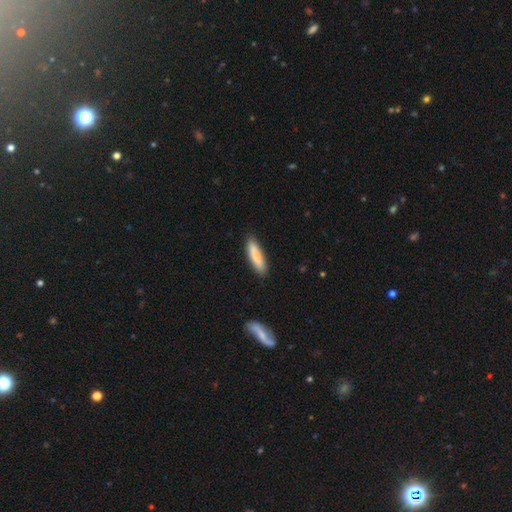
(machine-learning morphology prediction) Smooth or featured: smooth — 83% (featured or disk — 11%)
How rounded: cigar-shaped — 71% (in between — 28%)
Merging: none — 87% (minor disturbance — 10%)